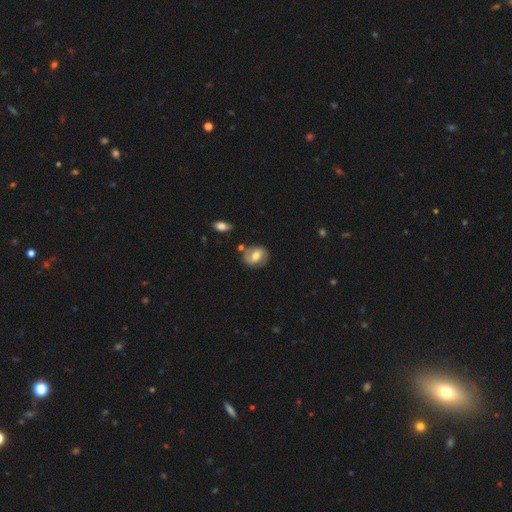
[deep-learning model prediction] Smooth or featured: featured or disk — 49% (smooth — 43%)
Merging: none — 71% (minor disturbance — 17%)